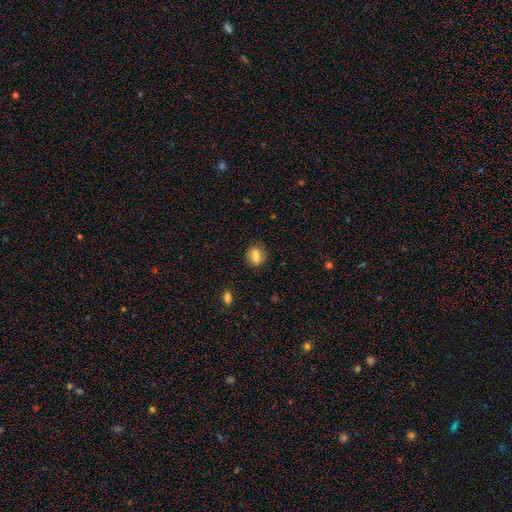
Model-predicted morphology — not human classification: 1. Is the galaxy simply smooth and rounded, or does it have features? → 74% smooth, 17% featured or disk, 9% star or artifact.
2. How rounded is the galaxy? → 60% in between, 37% round, 3% cigar-shaped.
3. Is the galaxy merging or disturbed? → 82% none, 13% minor disturbance, 4% major disturbance, 1% merger.